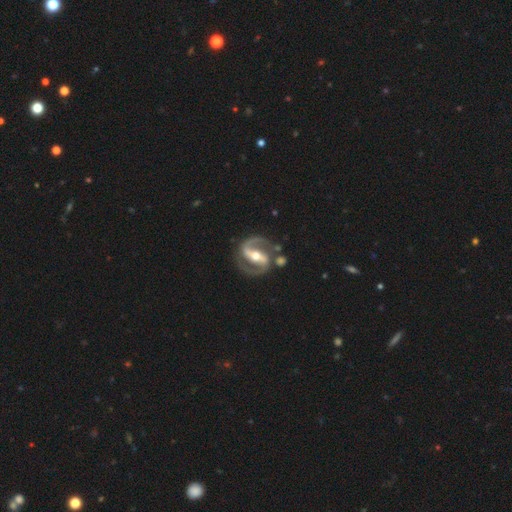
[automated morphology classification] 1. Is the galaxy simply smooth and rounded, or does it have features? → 92% featured or disk, 4% smooth, 4% star or artifact.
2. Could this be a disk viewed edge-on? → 97% no, 3% yes.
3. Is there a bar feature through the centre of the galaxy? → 69% strong, 21% weak, 10% no.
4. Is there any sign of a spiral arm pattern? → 97% yes, 3% no.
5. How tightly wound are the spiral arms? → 58% medium, 29% tight, 13% loose.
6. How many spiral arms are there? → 94% 2, 2% 1, 2% can't tell, 1% 3, 1% 4, 1% more than 4.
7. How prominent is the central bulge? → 71% moderate, 22% small, 5% large, 1% none, 1% dominant.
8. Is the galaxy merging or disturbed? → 80% none, 11% minor disturbance, 5% major disturbance, 4% merger.